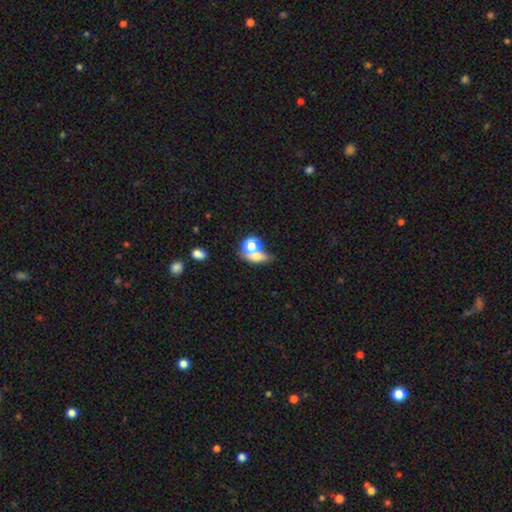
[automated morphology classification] type=smooth (68%); roundness=in between (58%); merging=merger (46%).